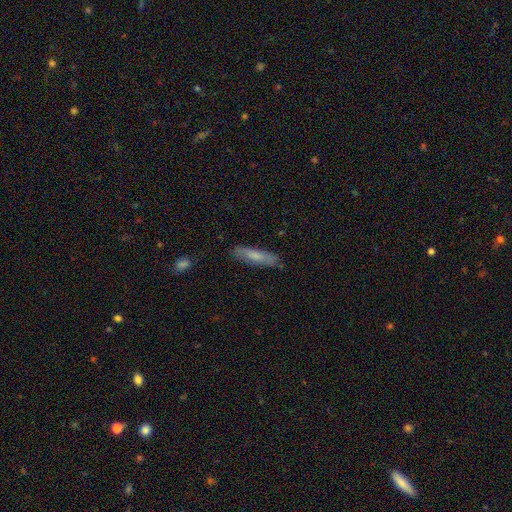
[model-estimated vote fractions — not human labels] Smooth or featured? Predicted: smooth (p=0.71). How rounded? Predicted: cigar-shaped (p=0.79). Merging? Predicted: none (p=0.84).